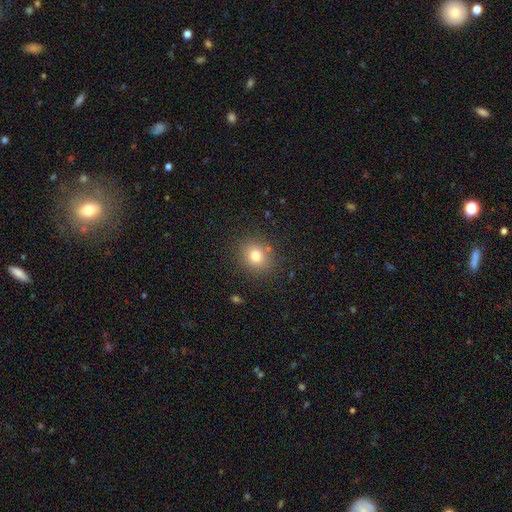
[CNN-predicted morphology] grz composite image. It shows a smooth galaxy with no disk features (77%) that is round (76%). Merging: none (84%).